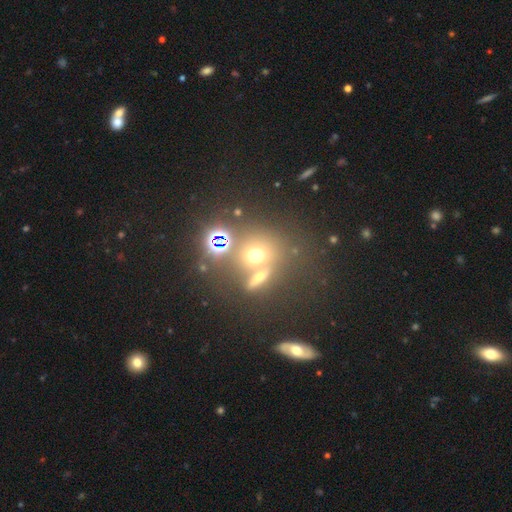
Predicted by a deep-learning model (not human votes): Q: Smooth or featured?
A: smooth (53%); runner-up: star or artifact (29%)
Q: How rounded?
A: round (74%); runner-up: in between (22%)
Q: Merging?
A: none (53%); runner-up: merger (33%)